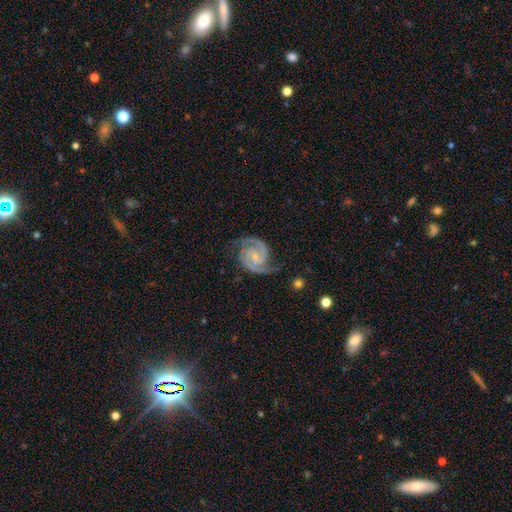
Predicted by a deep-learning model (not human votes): Smooth or featured? Predicted: featured or disk (p=0.93). Edge-on disk? Predicted: no (p=0.98). Bar? Predicted: no (p=0.54). Spiral arms? Predicted: yes (p=0.99). Spiral winding? Predicted: medium (p=0.54). Spiral arm count? Predicted: 2 (p=0.91). Bulge size? Predicted: small (p=0.66). Merging? Predicted: none (p=0.75).